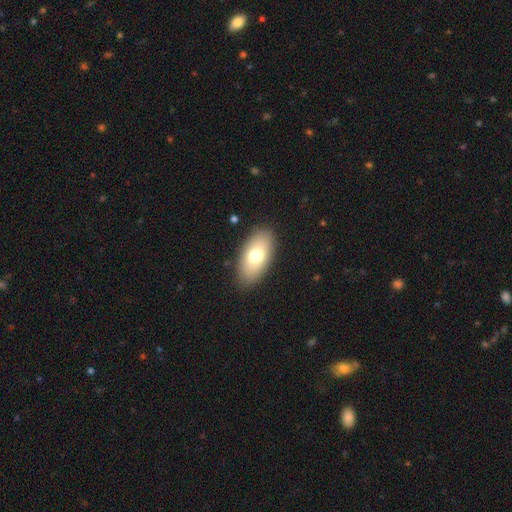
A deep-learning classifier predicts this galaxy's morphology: type=smooth (71%); roundness=in between (93%); merging=none (87%).